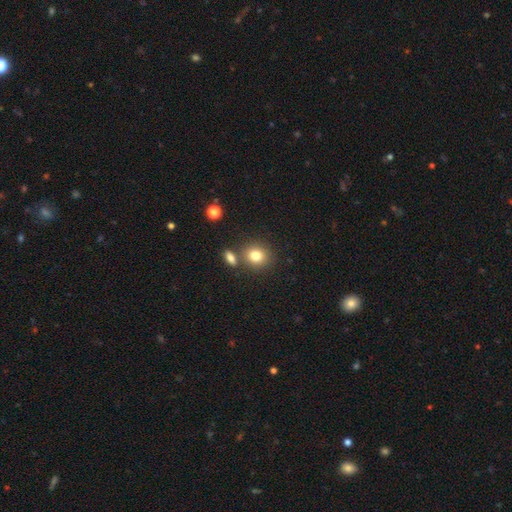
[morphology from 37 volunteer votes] type=smooth (89%); roundness=round (88%); merging=none (86%).